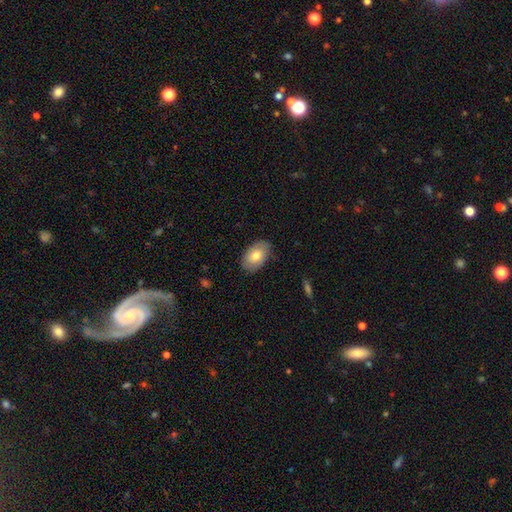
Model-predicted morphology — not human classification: Overall: smooth (73%). How rounded: in between (90%). Merging: none (81%).